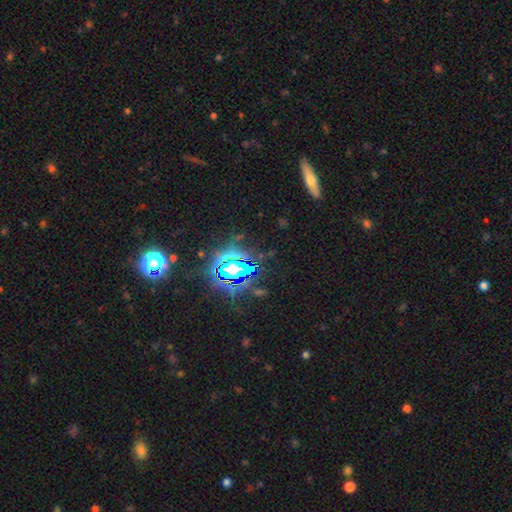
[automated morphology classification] This is likely a star or artifact rather than a galaxy (77%).